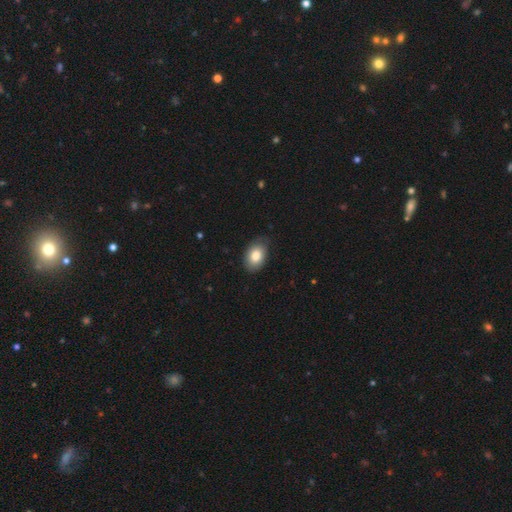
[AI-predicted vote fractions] A smooth galaxy with no disk features (83%) that is in between round and cigar-shaped (87%).

Vote fractions:
- Smooth or featured? smooth: 83% / featured or disk: 10% / star or artifact: 7%
- How rounded? in between: 87% / round: 12% / cigar-shaped: 1%
- Merging? none: 78% / minor disturbance: 18% / major disturbance: 3% / merger: 1%